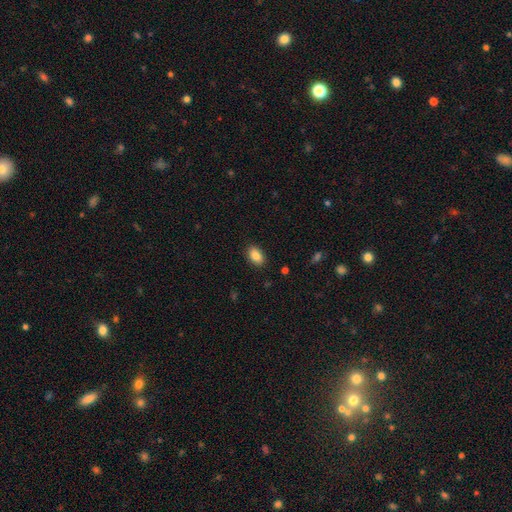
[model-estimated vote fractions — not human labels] Overall: smooth (85%). How rounded: in between (88%). Merging: none (89%).